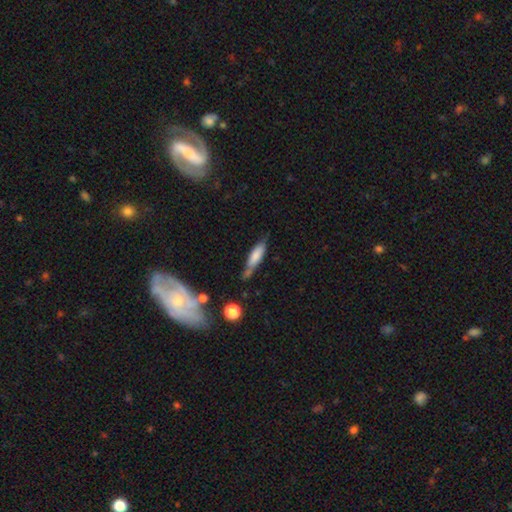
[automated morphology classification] type=smooth (68%); roundness=cigar-shaped (64%); merging=none (55%).